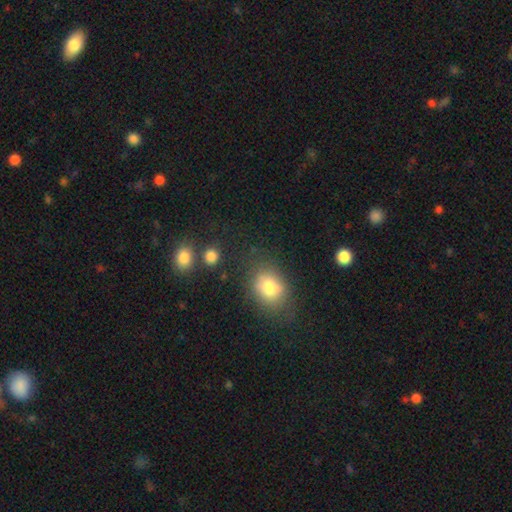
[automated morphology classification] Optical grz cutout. It shows a smooth galaxy with no disk features (72%) that is in between round and cigar-shaped (55%). Merging: none (81%).